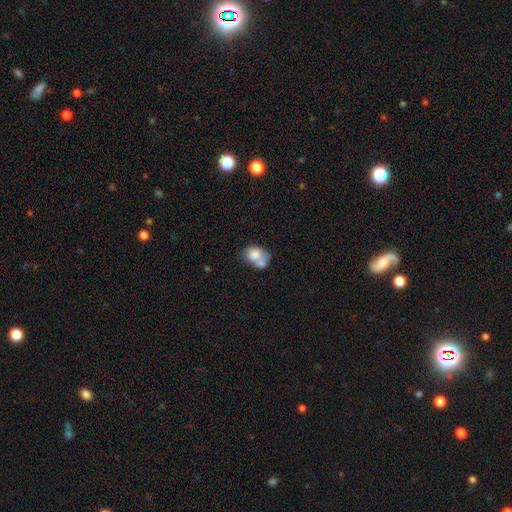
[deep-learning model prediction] This appears to be a smooth galaxy with no disk features (76%) that is in between round and cigar-shaped (59%). Merging: merger (54%).